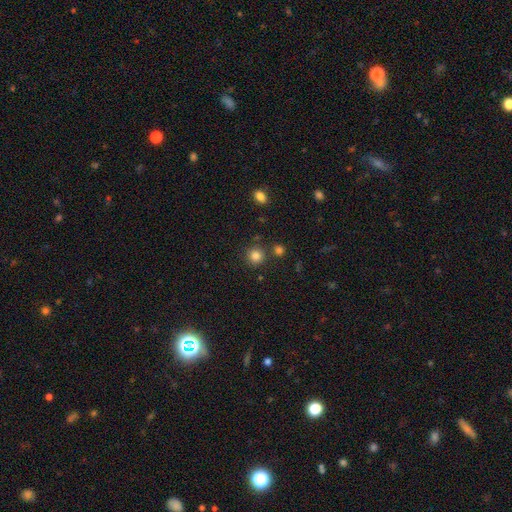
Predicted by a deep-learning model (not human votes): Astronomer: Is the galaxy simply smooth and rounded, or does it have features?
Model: smooth — 83%.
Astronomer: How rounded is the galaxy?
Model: round — 92%.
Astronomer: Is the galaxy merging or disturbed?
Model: none — 83%.